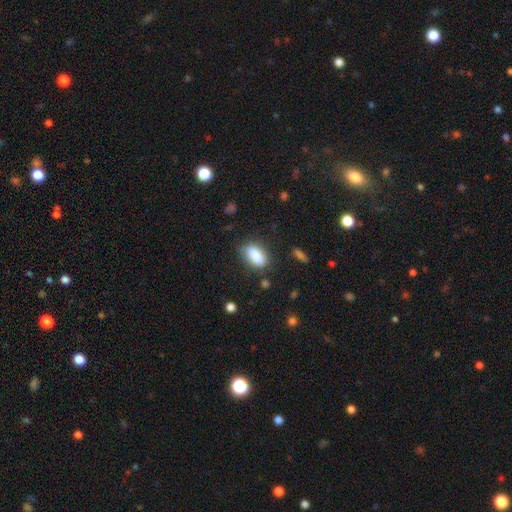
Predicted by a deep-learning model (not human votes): Q: Smooth or featured?
A: smooth (84%); runner-up: featured or disk (9%)
Q: How rounded?
A: in between (85%); runner-up: cigar-shaped (10%)
Q: Merging?
A: none (77%); runner-up: minor disturbance (16%)